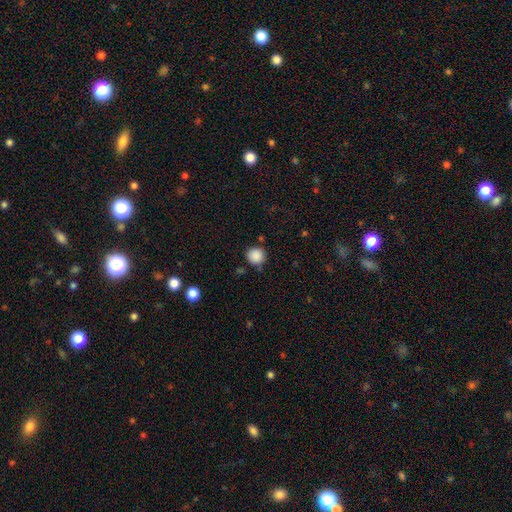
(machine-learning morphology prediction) Q: Smooth or featured?
A: smooth (88%); runner-up: star or artifact (10%)
Q: How rounded?
A: round (93%); runner-up: in between (6%)
Q: Merging?
A: none (83%); runner-up: minor disturbance (11%)